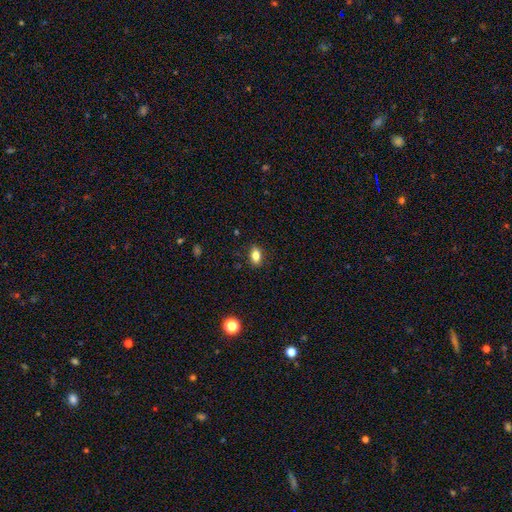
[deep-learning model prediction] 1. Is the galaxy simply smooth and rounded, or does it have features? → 79% smooth, 11% featured or disk, 10% star or artifact.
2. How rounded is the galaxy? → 83% in between, 12% round, 5% cigar-shaped.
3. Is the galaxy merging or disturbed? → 86% none, 10% minor disturbance, 2% major disturbance, 1% merger.